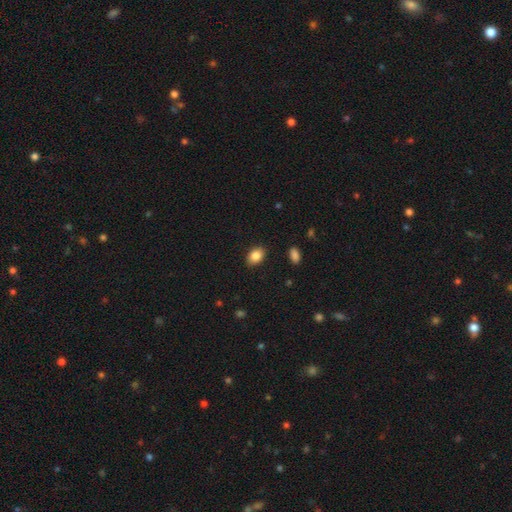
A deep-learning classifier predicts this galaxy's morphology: This is clearly a smooth galaxy (86%). How rounded: clearly in between (83%). Merging: clearly none (88%).